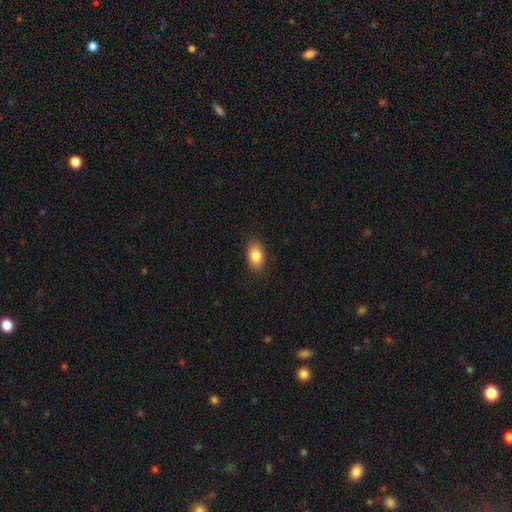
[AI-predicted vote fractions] Smooth or featured? Predicted: smooth (p=0.84). How rounded? Predicted: in between (p=0.89). Merging? Predicted: none (p=0.87).